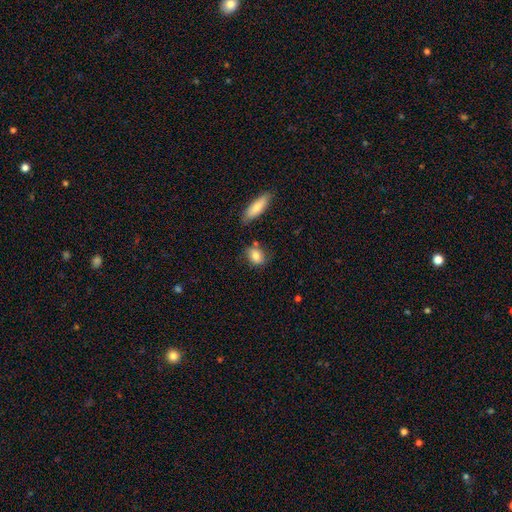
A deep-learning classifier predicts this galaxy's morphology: smooth 80%, featured or disk 12%, star or artifact 8%. Down the decision tree: how rounded — in between (66%); merging — none (68%).